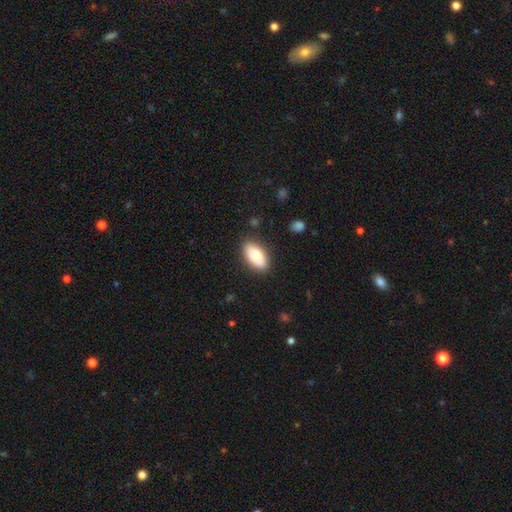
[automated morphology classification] Smooth or featured?
  - smooth: 72% *
  - featured or disk: 22%
  - star or artifact: 6%
How rounded?
  - in between: 92% *
  - cigar-shaped: 4%
  - round: 4%
Merging?
  - none: 86% *
  - minor disturbance: 10%
  - major disturbance: 2%
  - merger: 1%